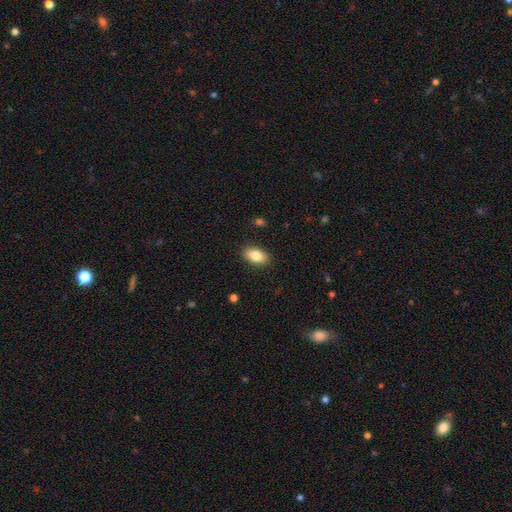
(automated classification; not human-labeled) Q: Smooth or featured?
A: smooth (84%); runner-up: featured or disk (9%)
Q: How rounded?
A: in between (91%); runner-up: round (5%)
Q: Merging?
A: none (88%); runner-up: minor disturbance (9%)